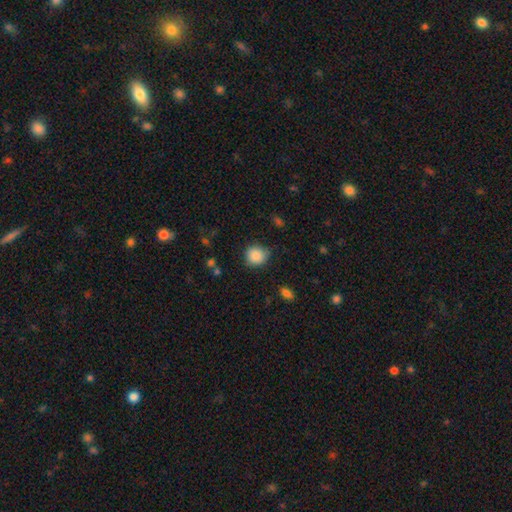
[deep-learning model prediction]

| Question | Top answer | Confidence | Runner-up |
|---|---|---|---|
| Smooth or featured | smooth | 87% | star or artifact (9%) |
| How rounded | round | 88% | in between (11%) |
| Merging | none | 77% | minor disturbance (17%) |